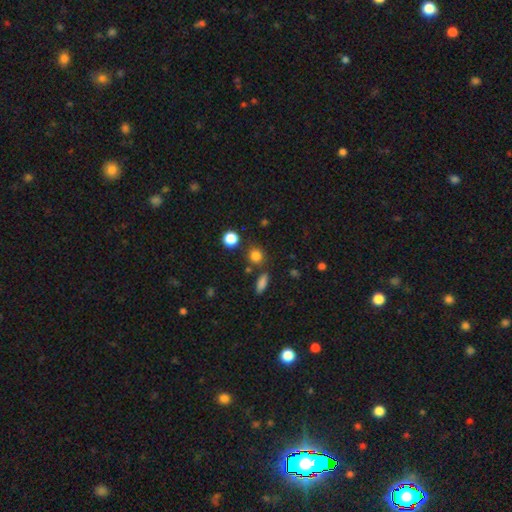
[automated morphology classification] type=smooth (82%); roundness=round (79%); merging=none (77%).